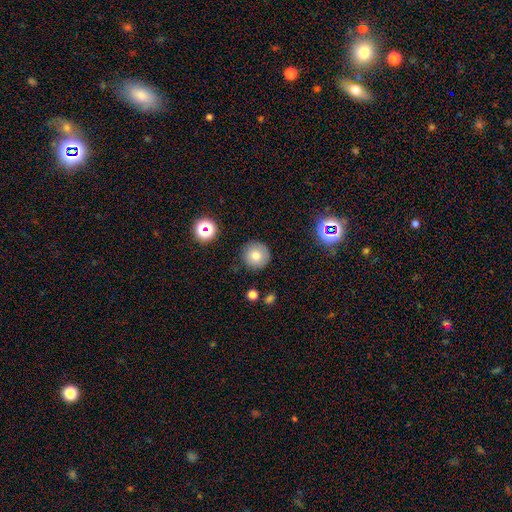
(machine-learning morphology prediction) A smooth galaxy with no disk features (74%) that is round (95%). Merging: none (87%).